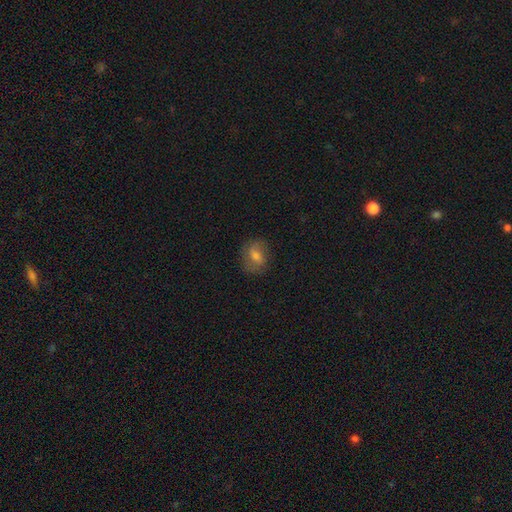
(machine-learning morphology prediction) Overall: smooth (56%; featured or disk 34%). How rounded: in between (55%; round 42%). Merging: none (74%).